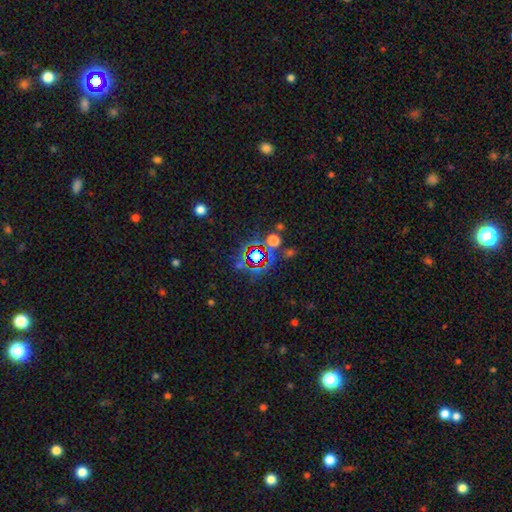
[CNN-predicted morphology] This appears to be a star or artifact, not a galaxy (65%).